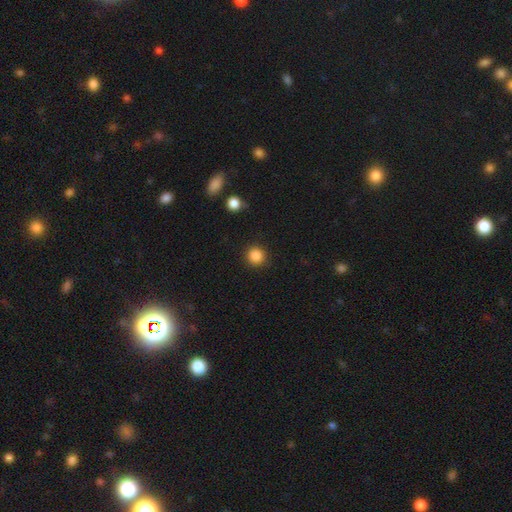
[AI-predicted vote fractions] Overall: smooth (86%). How rounded: round (93%). Merging: none (91%).